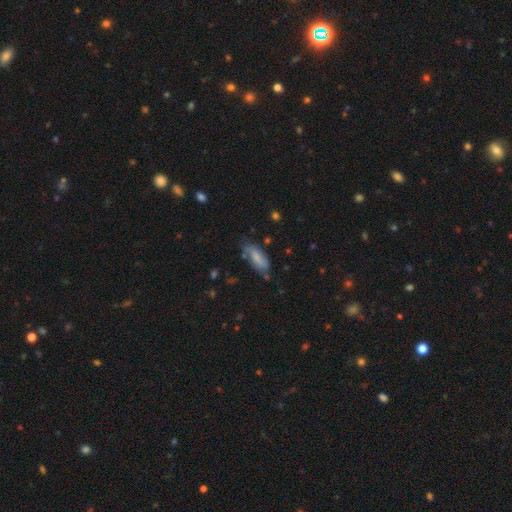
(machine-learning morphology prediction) smooth_or_featured: smooth (p=0.57) [alt: featured or disk p=0.32]
how_rounded: in between (p=0.72) [alt: cigar-shaped p=0.26]
merging: none (p=0.67) [alt: minor disturbance p=0.23]